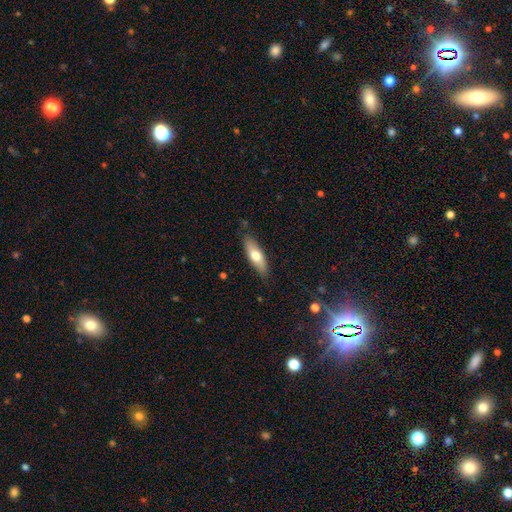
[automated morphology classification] smooth_or_featured: smooth (p=0.65) [alt: featured or disk p=0.29]
how_rounded: in between (p=0.54) [alt: cigar-shaped p=0.44]
merging: none (p=0.82) [alt: minor disturbance p=0.14]